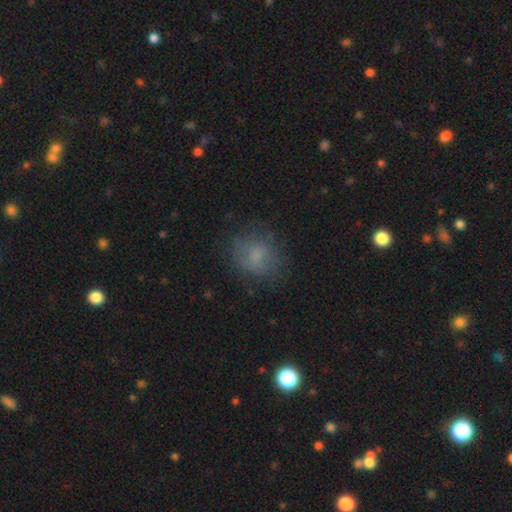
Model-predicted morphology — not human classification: This appears to be a smooth galaxy with no disk features (71%) that is round (65%). Merging: none (71%).